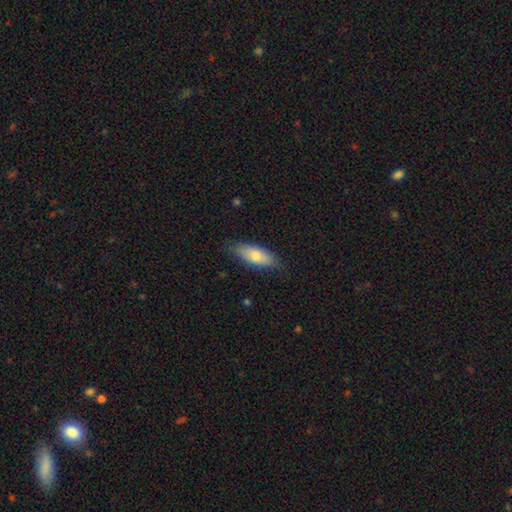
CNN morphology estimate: This appears to be a smooth galaxy with no disk features (75%) that is in between round and cigar-shaped (73%). Merging: none (80%).